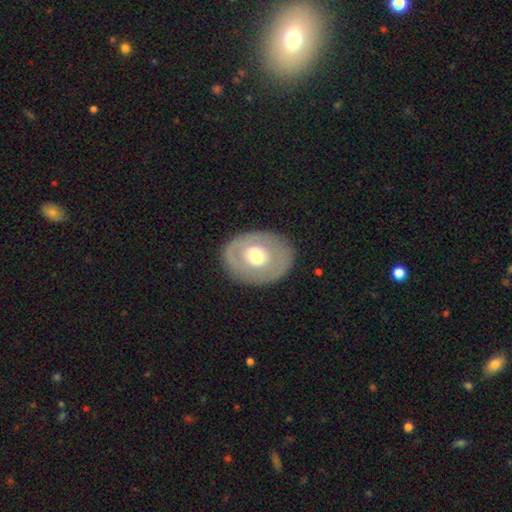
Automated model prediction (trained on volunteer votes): Overall: featured or disk (48%; smooth 47%). Merging: none (82%).